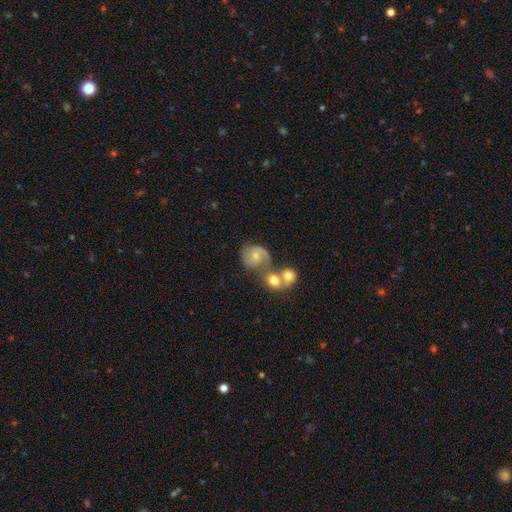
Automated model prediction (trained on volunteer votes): This appears to be a featured or disk galaxy (67%) with no bar (62%), 2 (81%) medium (52%) spiral arms (92%) and a moderate central bulge (52%). Merging: none (42%).